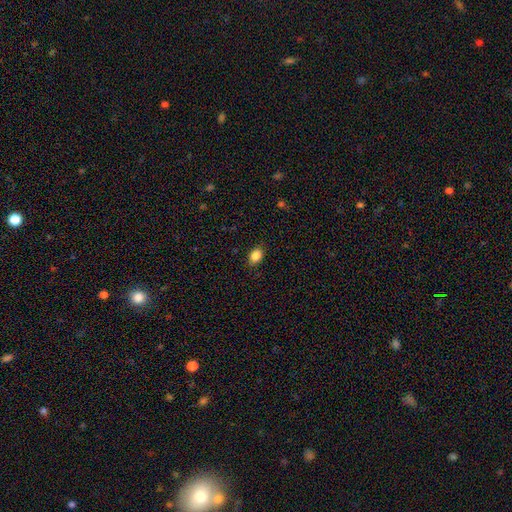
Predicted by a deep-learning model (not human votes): The model was most divided on "how rounded": in between: 75%, round: 24%, cigar-shaped: 1%. More confident: smooth or featured — smooth (86%); merging — none (85%).